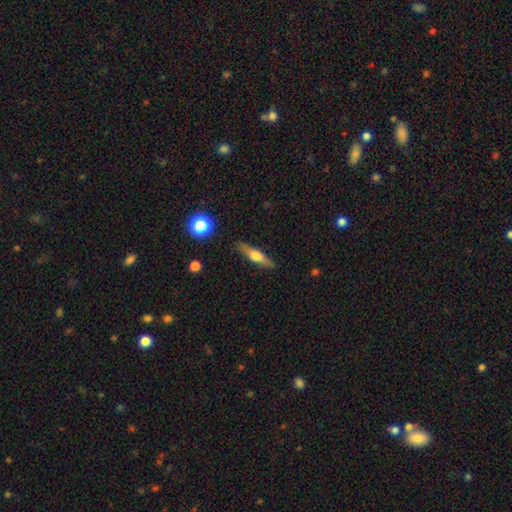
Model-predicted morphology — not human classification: The model was most divided on "smooth or featured": featured or disk: 52%, smooth: 41%, star or artifact: 7%. More confident: edge-on disk — yes (94%); merging — none (88%).